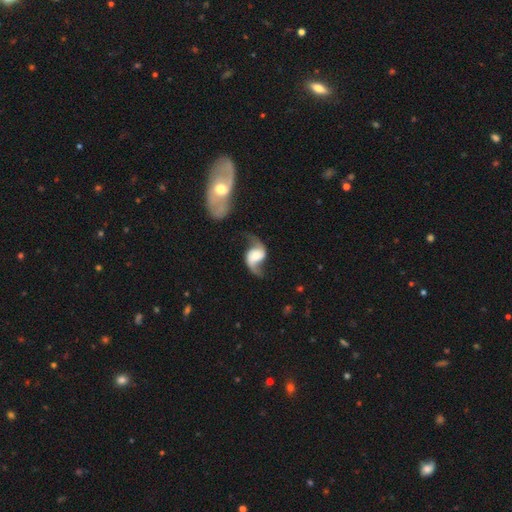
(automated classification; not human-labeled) smooth_or_featured: featured or disk (p=0.88) [alt: smooth p=0.07]
disk_edge_on: no (p=0.97) [alt: yes p=0.03]
bar: no (p=0.52) [alt: weak p=0.34]
has_spiral_arms: yes (p=0.96) [alt: no p=0.04]
spiral_winding: loose (p=0.76) [alt: medium p=0.20]
spiral_arm_count: 2 (p=0.92) [alt: 1 p=0.03]
bulge_size: moderate (p=0.34) [alt: small p=0.27]
merging: none (p=0.62) [alt: minor disturbance p=0.17]